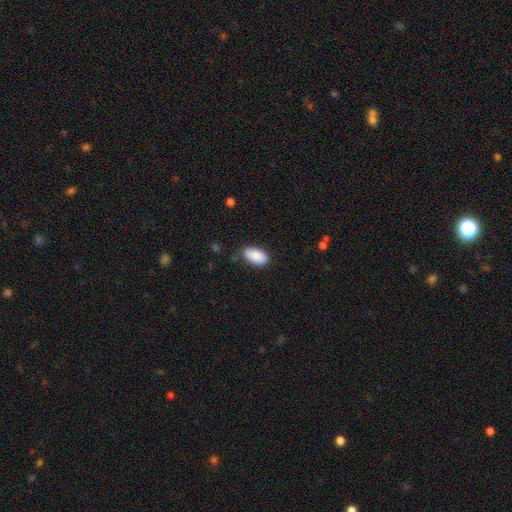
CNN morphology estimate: This is clearly a smooth galaxy (89%). How rounded: clearly in between (94%). Merging: clearly none (82%).